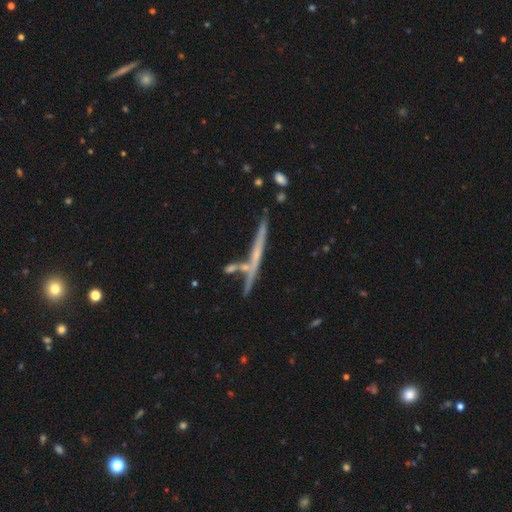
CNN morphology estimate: This is likely a featured or disk galaxy (63%). It is clearly viewed edge-on (95%). Edge-on bulge: likely none (74%). Merging: likely none (68%).